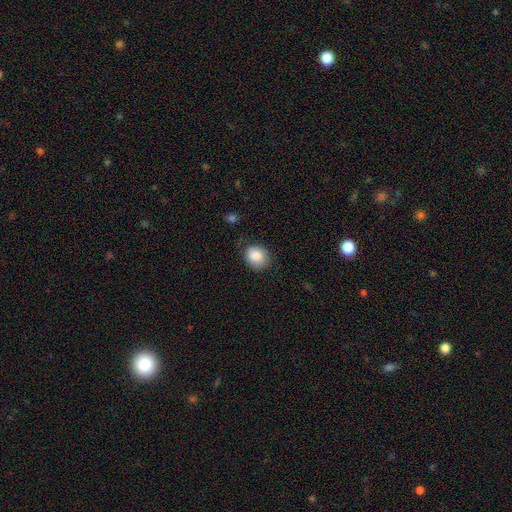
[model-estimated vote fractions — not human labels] A smooth galaxy with no disk features (85%) that is round (68%).

Vote fractions:
- Smooth or featured? smooth: 85% / star or artifact: 8% / featured or disk: 7%
- How rounded? round: 68% / in between: 31% / cigar-shaped: 1%
- Merging? none: 73% / minor disturbance: 20% / major disturbance: 5% / merger: 1%